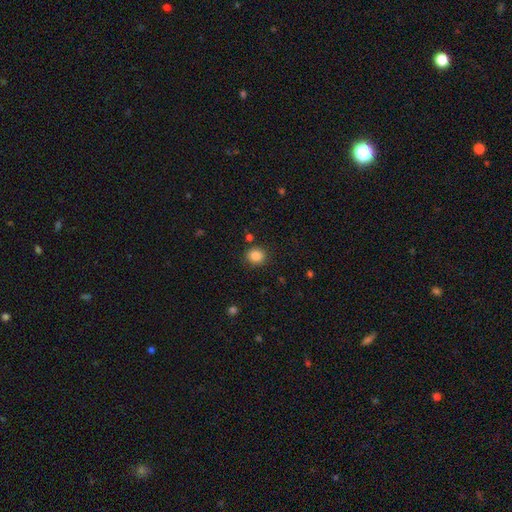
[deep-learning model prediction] A smooth galaxy with no disk features (86%) that is round (80%). Merging: none (86%).